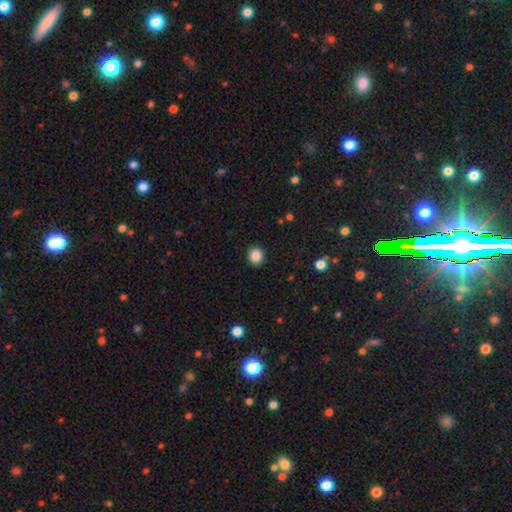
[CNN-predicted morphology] Smooth or featured? Predicted: smooth (p=0.87). How rounded? Predicted: round (p=0.87). Merging? Predicted: none (p=0.92).